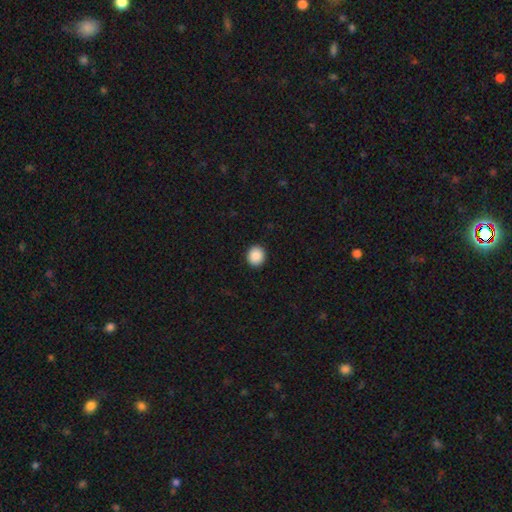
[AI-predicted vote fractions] Smooth or featured? smooth (89%)
How rounded? round (82%)
Merging? none (92%)